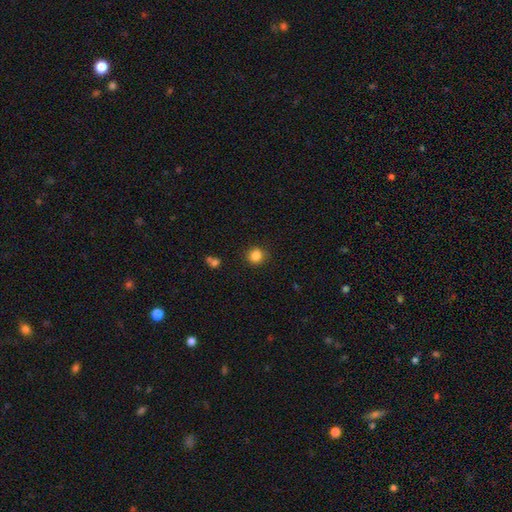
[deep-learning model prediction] This is clearly a smooth galaxy (85%). How rounded: clearly round (84%). Merging: clearly none (83%).